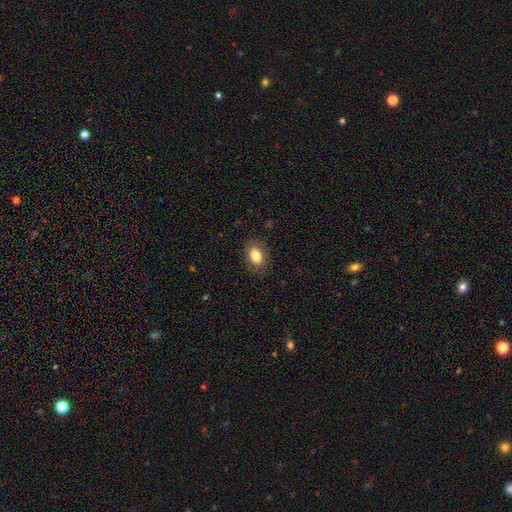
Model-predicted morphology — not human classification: Smooth or featured: smooth — 82% (featured or disk — 10%)
How rounded: in between — 78% (round — 21%)
Merging: none — 85% (minor disturbance — 11%)